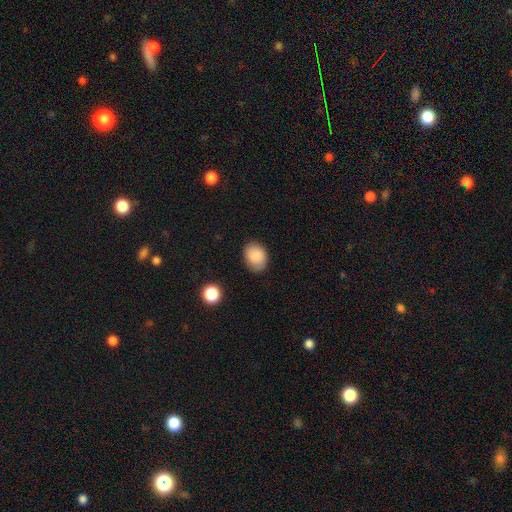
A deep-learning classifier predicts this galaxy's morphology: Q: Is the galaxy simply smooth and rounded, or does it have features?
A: smooth — 87%.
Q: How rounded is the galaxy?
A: in between — 62%.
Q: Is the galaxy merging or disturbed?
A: none — 80%.